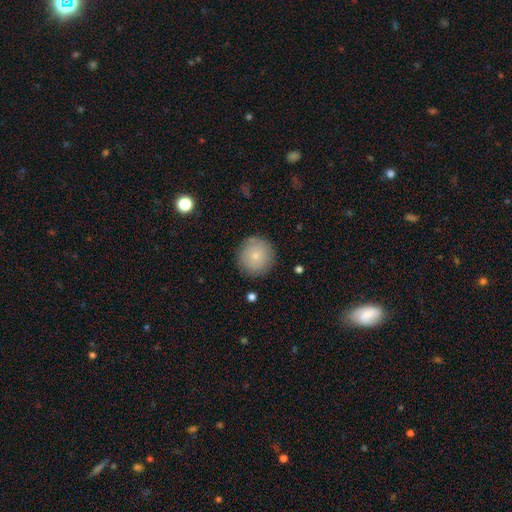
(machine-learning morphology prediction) Smooth or featured? smooth (80%)
How rounded? round (95%)
Merging? none (87%)